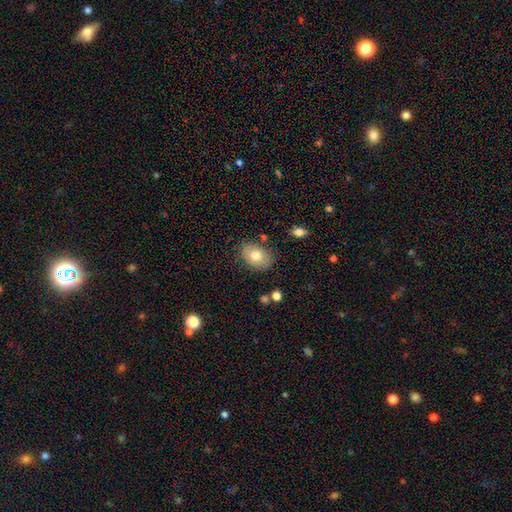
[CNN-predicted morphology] A smooth galaxy with no disk features (74%) that is in between round and cigar-shaped (75%). Merging: none (78%).